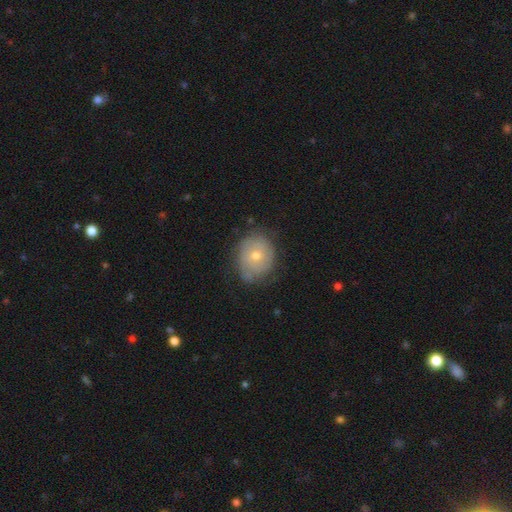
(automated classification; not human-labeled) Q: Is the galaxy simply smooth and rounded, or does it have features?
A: featured or disk — 49%.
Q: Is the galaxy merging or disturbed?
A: none — 68%.